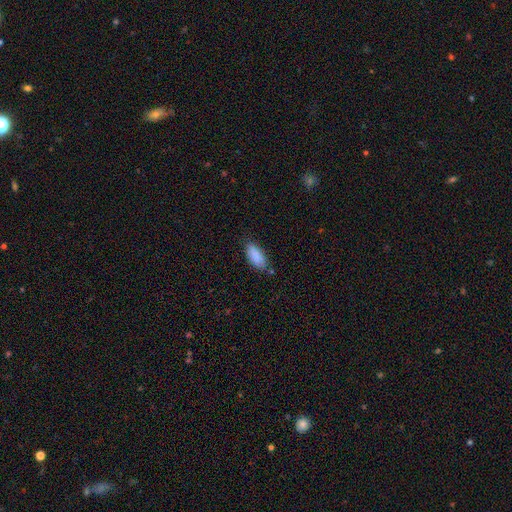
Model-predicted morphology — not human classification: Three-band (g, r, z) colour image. It shows a smooth galaxy with no disk features (89%) that is in between round and cigar-shaped (85%). Merging: none (77%).